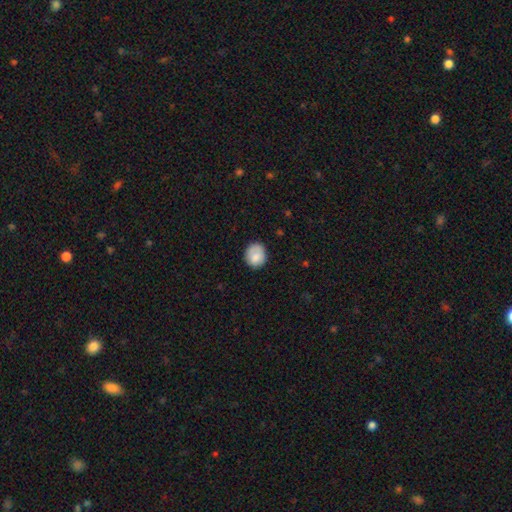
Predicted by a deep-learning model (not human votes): This is clearly a smooth galaxy (83%). How rounded: likely round (71%). Merging: likely none (76%).